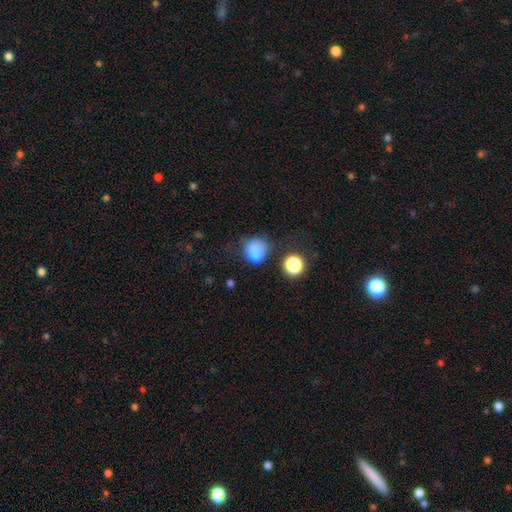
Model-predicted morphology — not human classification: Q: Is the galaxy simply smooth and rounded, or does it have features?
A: smooth — 76%.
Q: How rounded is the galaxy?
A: round — 63%.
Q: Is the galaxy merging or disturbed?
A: none — 36%.